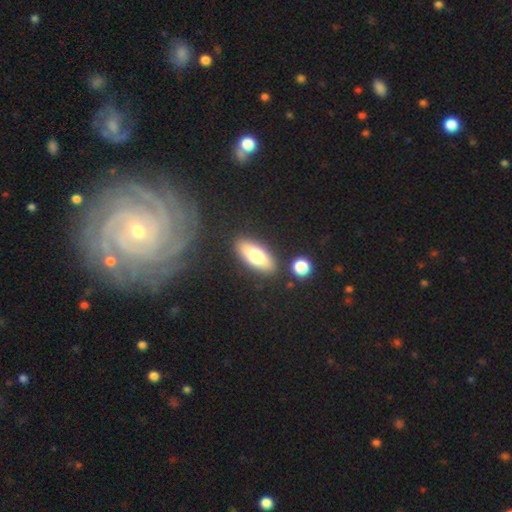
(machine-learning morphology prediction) smooth 69%, featured or disk 24%, star or artifact 7%. Down the decision tree: how rounded — in between (74%); merging — none (84%).